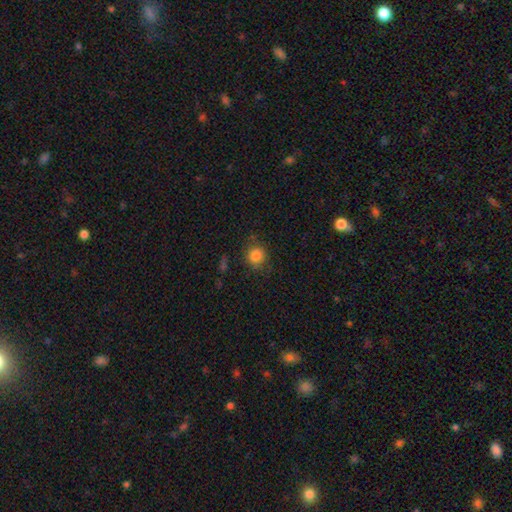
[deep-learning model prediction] This is clearly a smooth galaxy (83%). How rounded: clearly round (87%). Merging: clearly none (82%).